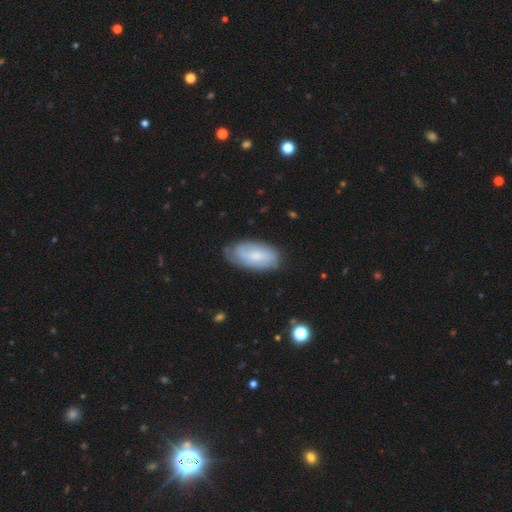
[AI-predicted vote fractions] Smooth or featured? Predicted: smooth (p=0.56). How rounded? Predicted: in between (p=0.91). Merging? Predicted: none (p=0.73).